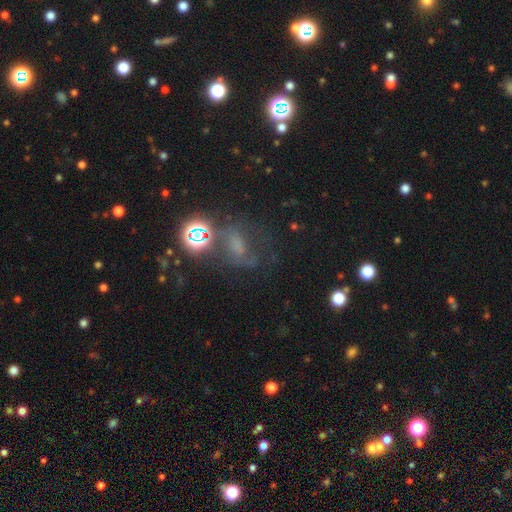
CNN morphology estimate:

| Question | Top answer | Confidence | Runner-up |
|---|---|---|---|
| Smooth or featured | star or artifact | 44% | smooth (33%) |